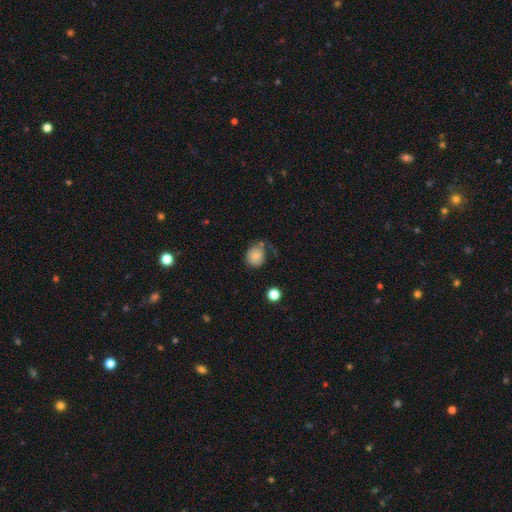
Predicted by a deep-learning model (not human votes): Morphology: type=smooth (81%); roundness=round (74%); merging=none (60%).